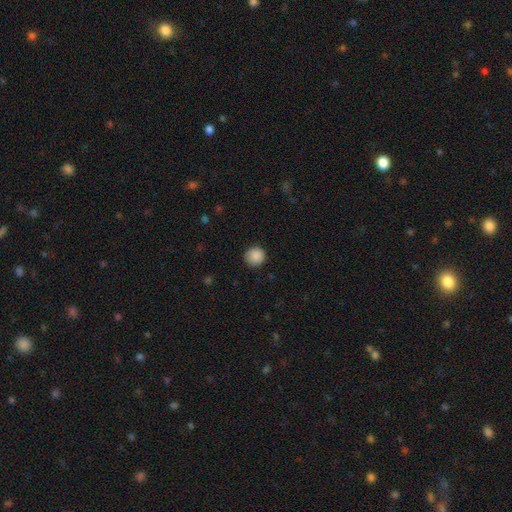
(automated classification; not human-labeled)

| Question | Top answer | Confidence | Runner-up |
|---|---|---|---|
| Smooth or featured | smooth | 89% | star or artifact (9%) |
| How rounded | round | 94% | in between (5%) |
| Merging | none | 88% | minor disturbance (8%) |